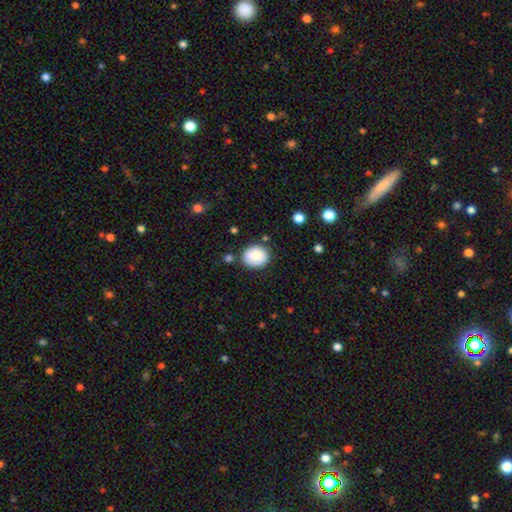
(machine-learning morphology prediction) Smooth or featured?
  - smooth: 67% *
  - featured or disk: 25%
  - star or artifact: 8%
How rounded?
  - round: 73% *
  - in between: 27%
  - cigar-shaped: 1%
Merging?
  - none: 79% *
  - minor disturbance: 14%
  - merger: 4%
  - major disturbance: 4%